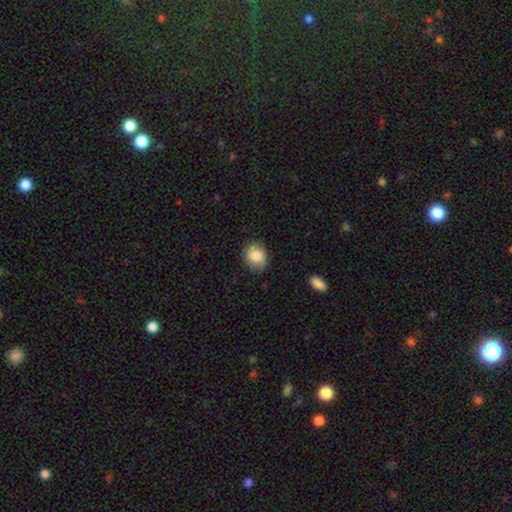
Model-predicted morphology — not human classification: Smooth or featured: smooth — 84% (featured or disk — 9%)
How rounded: round — 53% (in between — 46%)
Merging: none — 81% (minor disturbance — 15%)